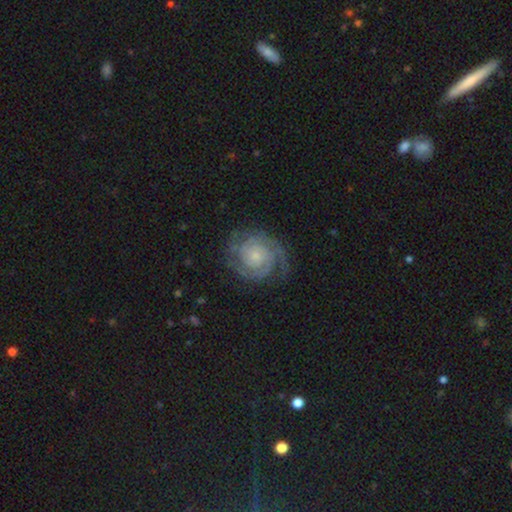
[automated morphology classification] Smooth or featured? Predicted: featured or disk (p=0.87). Edge-on disk? Predicted: no (p=0.98). Bar? Predicted: no (p=0.78). Spiral arms? Predicted: yes (p=0.98). Spiral winding? Predicted: tight (p=0.74). Spiral arm count? Predicted: 2 (p=0.49). Bulge size? Predicted: small (p=0.67). Merging? Predicted: none (p=0.77).